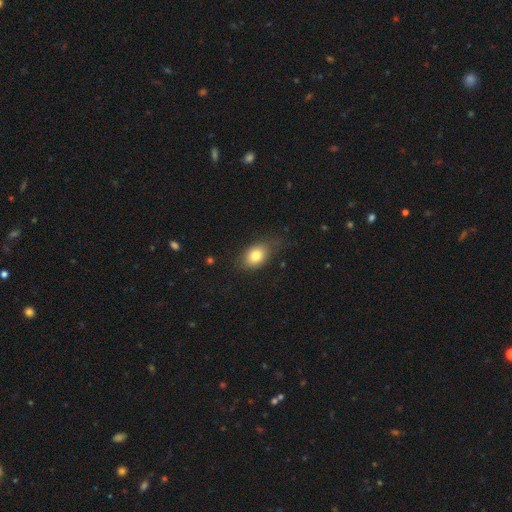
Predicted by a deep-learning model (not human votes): A smooth galaxy with no disk features (79%) that is in between round and cigar-shaped (77%). Merging: none (70%).